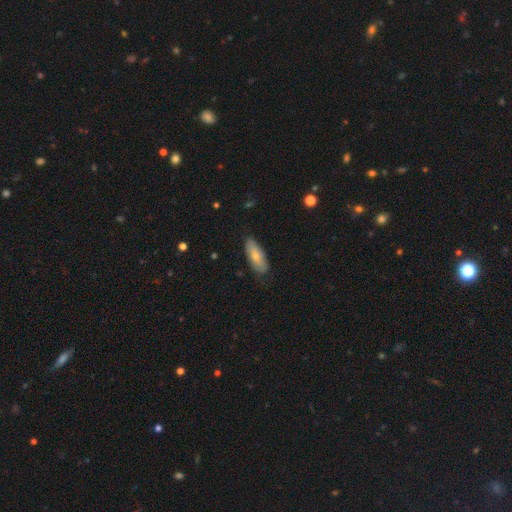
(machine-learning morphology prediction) Q: Smooth or featured?
A: smooth (71%); runner-up: featured or disk (23%)
Q: How rounded?
A: in between (70%); runner-up: cigar-shaped (28%)
Q: Merging?
A: none (77%); runner-up: minor disturbance (18%)